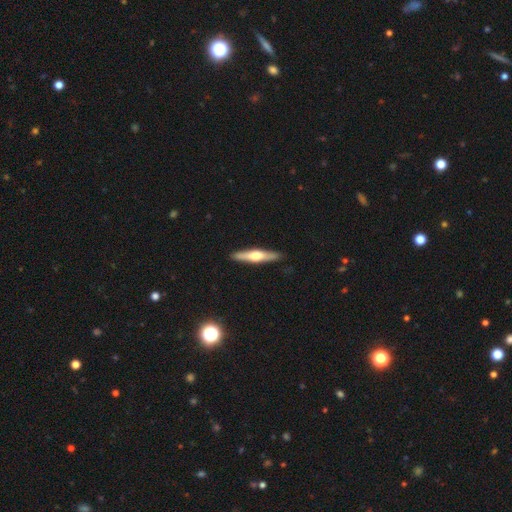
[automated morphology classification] Q: Smooth or featured?
A: featured or disk (58%); runner-up: smooth (37%)
Q: Edge-on disk?
A: yes (95%); runner-up: no (5%)
Q: Edge-on bulge?
A: rounded (92%); runner-up: boxy (5%)
Q: Merging?
A: none (91%); runner-up: minor disturbance (7%)